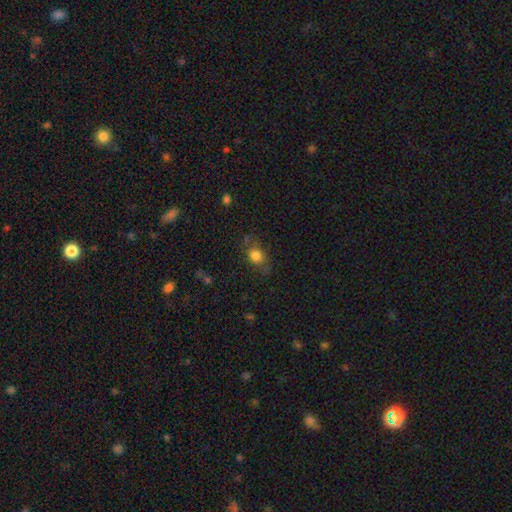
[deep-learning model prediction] This appears to be a smooth galaxy with no disk features (77%) that is round (49%, tied with in between). Merging: none (67%).